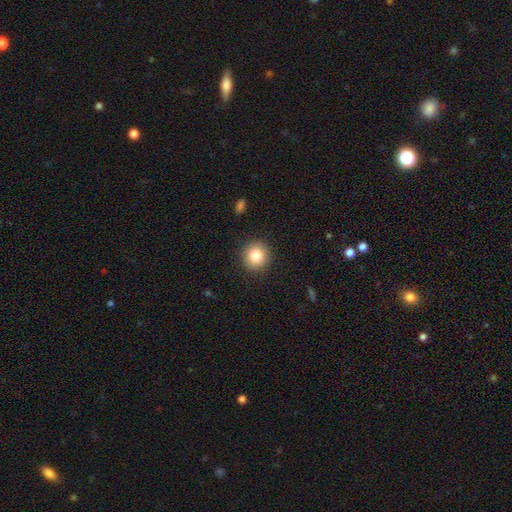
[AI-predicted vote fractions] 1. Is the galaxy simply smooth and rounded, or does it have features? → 83% smooth, 10% star or artifact, 7% featured or disk.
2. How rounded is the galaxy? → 92% round, 7% in between, 1% cigar-shaped.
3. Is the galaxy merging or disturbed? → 91% none, 6% minor disturbance, 2% major disturbance, 1% merger.